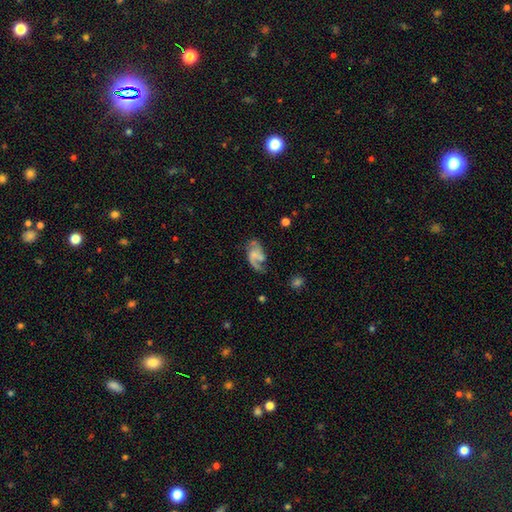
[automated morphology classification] The model was most divided on "bulge size": none: 42%, small: 36%, moderate: 17%, large: 4%, dominant: 1%. Remaining: edge-on disk — no (97%); spiral arms — yes (86%); smooth or featured — featured or disk (71%); spiral arm count — 2 (60%); spiral winding — loose (57%); bar — no (55%); merging — none (40%).